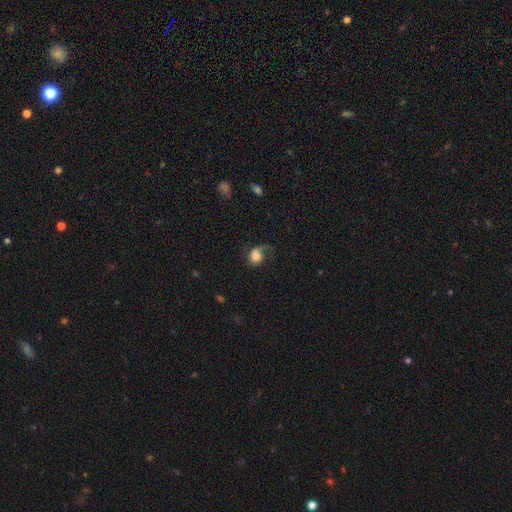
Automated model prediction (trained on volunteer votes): A smooth galaxy with no disk features (53%) that is round (57%).

Vote fractions:
- Smooth or featured? smooth: 53% / featured or disk: 38% / star or artifact: 9%
- How rounded? round: 57% / in between: 42% / cigar-shaped: 1%
- Merging? major disturbance: 40% / none: 35% / minor disturbance: 21% / merger: 3%